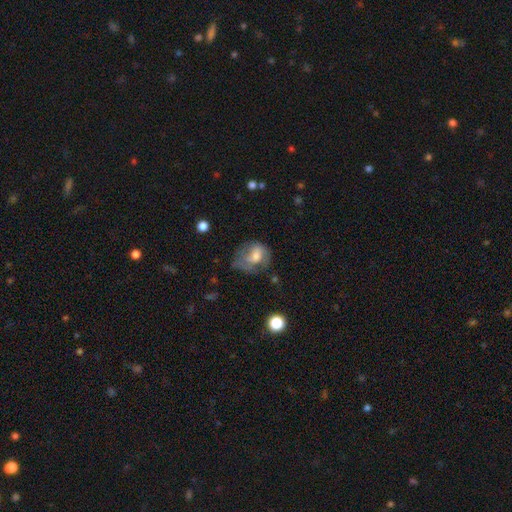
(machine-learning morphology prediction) Q: Smooth or featured?
A: smooth (56%); runner-up: featured or disk (34%)
Q: How rounded?
A: round (50%); runner-up: in between (49%)
Q: Merging?
A: none (35%); runner-up: major disturbance (32%)